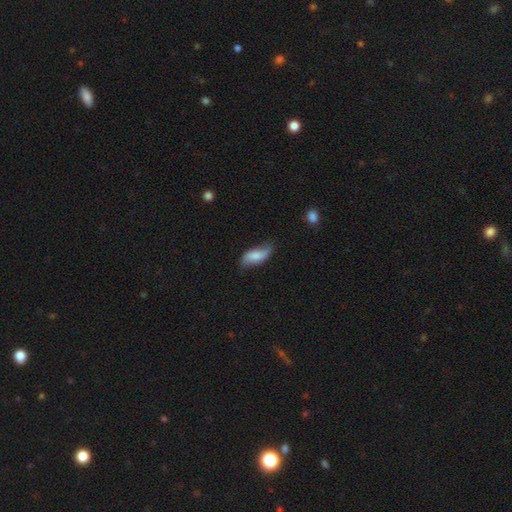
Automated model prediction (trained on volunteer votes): A smooth galaxy with no disk features (69%) that is in between round and cigar-shaped (80%). Merging: none (58%).